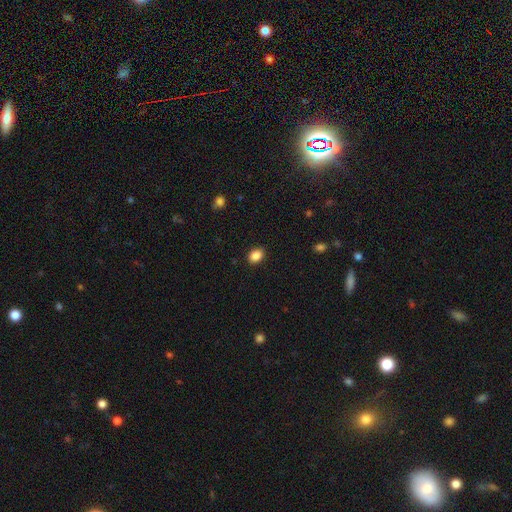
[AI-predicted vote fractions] Smooth or featured? smooth (87%)
How rounded? in between (69%)
Merging? none (90%)